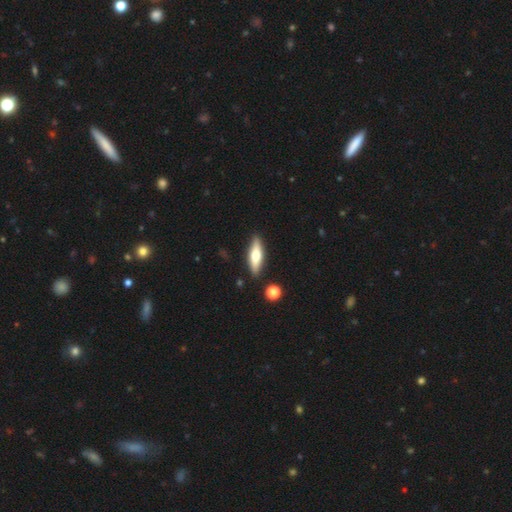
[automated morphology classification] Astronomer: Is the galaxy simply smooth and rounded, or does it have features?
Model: smooth — 59% (runner-up: featured or disk, 35%).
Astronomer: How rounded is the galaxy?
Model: cigar-shaped — 54% (runner-up: in between, 43%).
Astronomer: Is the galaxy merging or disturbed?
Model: none — 86%.